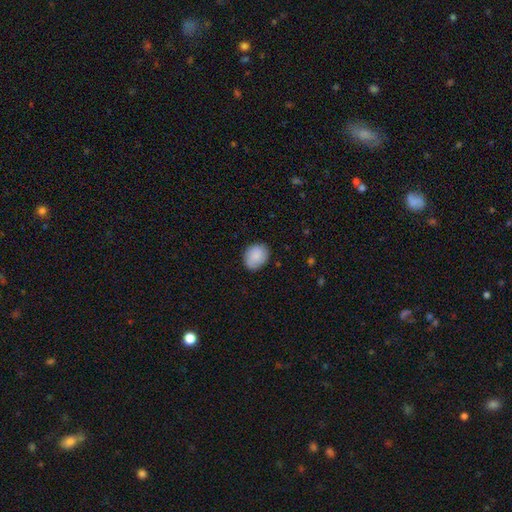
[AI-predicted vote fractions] The model was most divided on "how rounded": in between: 51%, round: 48%, cigar-shaped: 1%. More confident: smooth or featured — smooth (86%); merging — none (81%).